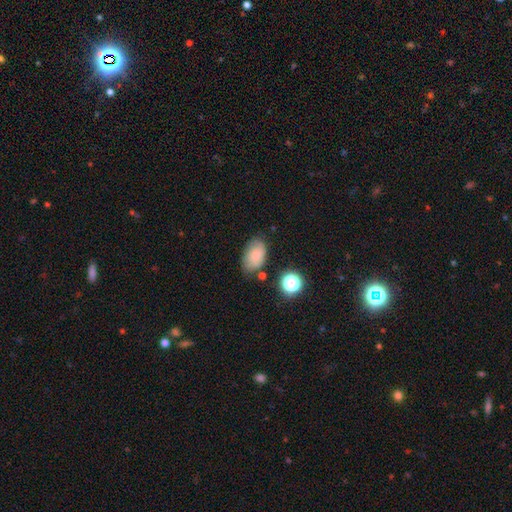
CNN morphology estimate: Q: Smooth or featured?
A: smooth (73%); runner-up: featured or disk (17%)
Q: How rounded?
A: in between (89%); runner-up: round (10%)
Q: Merging?
A: none (66%); runner-up: minor disturbance (23%)